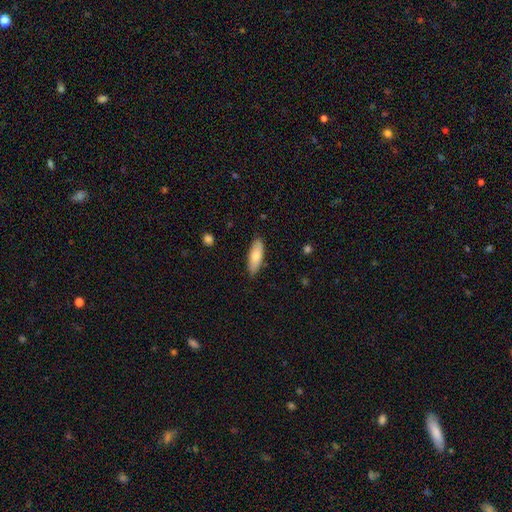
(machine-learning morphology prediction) The model was most divided on "how rounded": in between: 64%, cigar-shaped: 34%, round: 2%. More confident: merging — none (87%); smooth or featured — smooth (74%).